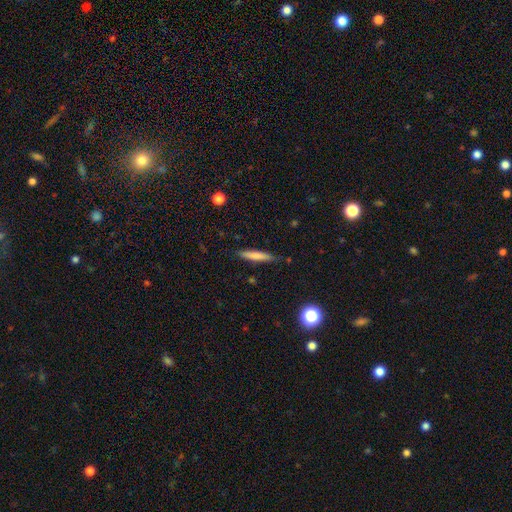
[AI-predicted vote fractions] The model was most divided on "smooth or featured": smooth: 73%, featured or disk: 20%, star or artifact: 7%. More confident: how rounded — cigar-shaped (90%); merging — none (83%).